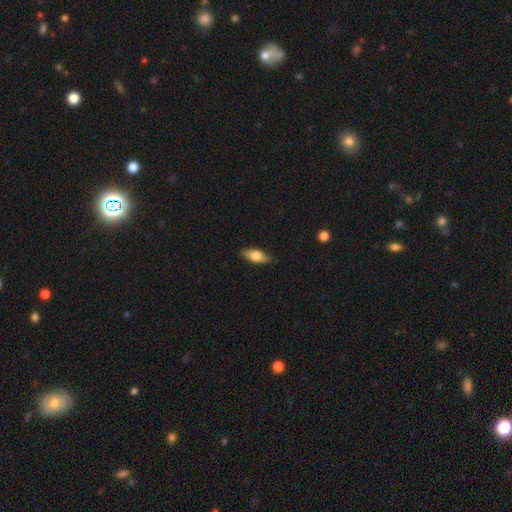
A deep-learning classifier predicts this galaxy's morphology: A smooth galaxy with no disk features (62%) that is in between round and cigar-shaped (70%). Merging: none (86%).